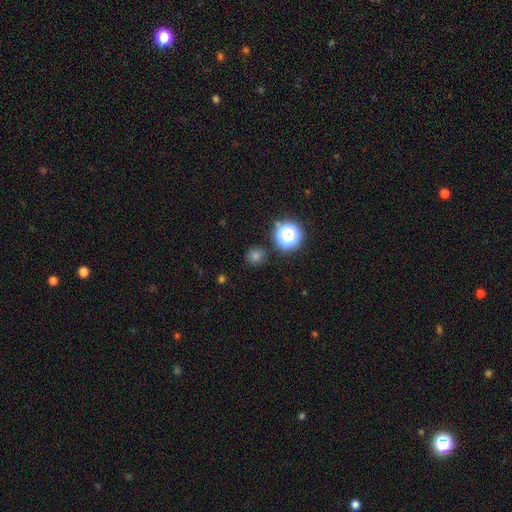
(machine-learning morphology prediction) A smooth galaxy with no disk features (62%) that is round (94%).

Vote fractions:
- Smooth or featured? smooth: 62% / star or artifact: 32% / featured or disk: 6%
- How rounded? round: 94% / in between: 5% / cigar-shaped: 1%
- Merging? none: 88% / minor disturbance: 7% / merger: 3% / major disturbance: 3%